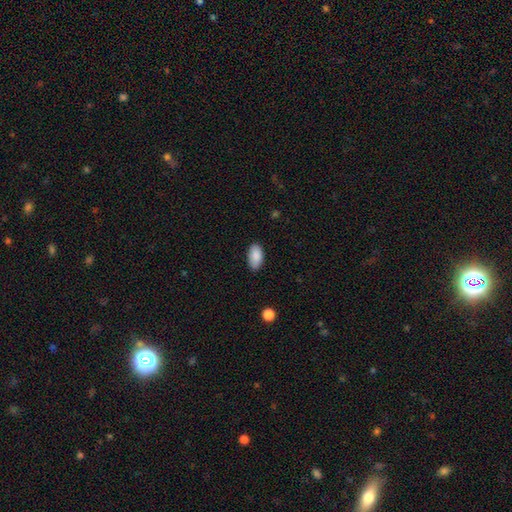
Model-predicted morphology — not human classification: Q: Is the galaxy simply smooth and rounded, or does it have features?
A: smooth — 88%.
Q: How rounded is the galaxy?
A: in between — 94%.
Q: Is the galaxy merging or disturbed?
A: none — 85%.